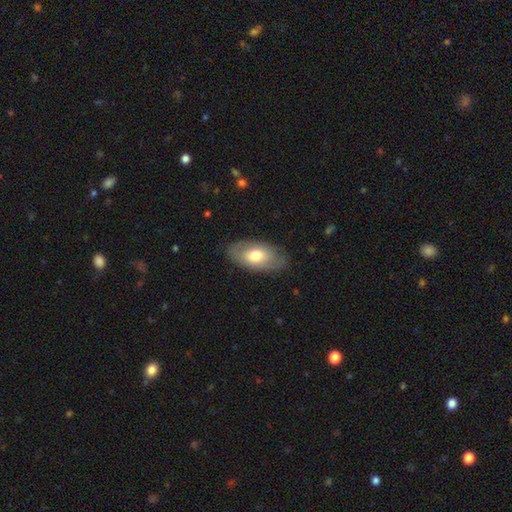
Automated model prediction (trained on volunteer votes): Morphology: type=smooth (64%); roundness=in between (93%); merging=none (81%).